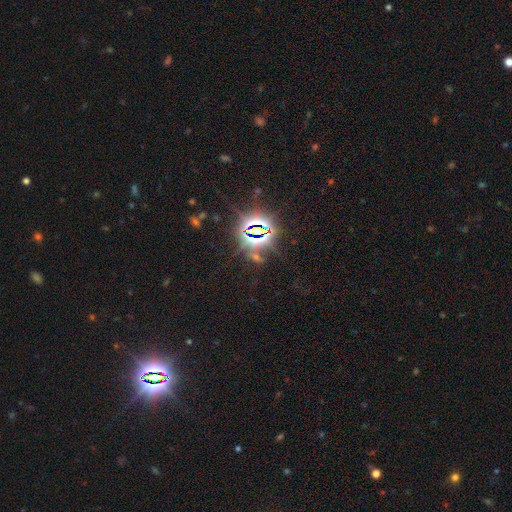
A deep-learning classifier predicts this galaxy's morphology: smooth_or_featured: star or artifact (p=0.84) [alt: smooth p=0.08]